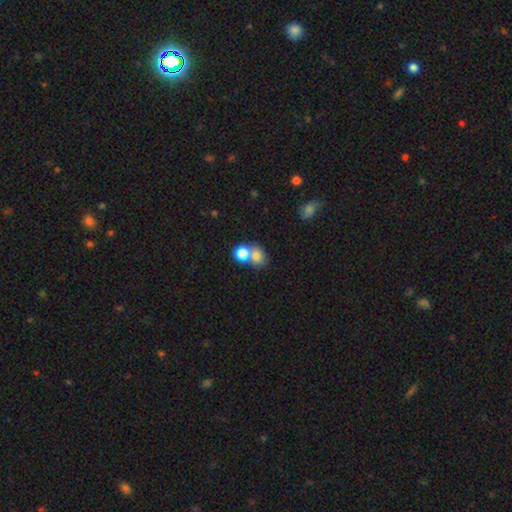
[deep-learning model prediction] A smooth galaxy with no disk features (75%) that is round (65%).

Vote fractions:
- Smooth or featured? smooth: 75% / featured or disk: 13% / star or artifact: 12%
- How rounded? round: 65% / in between: 34% / cigar-shaped: 1%
- Merging? merger: 49% / none: 38% / minor disturbance: 9% / major disturbance: 4%